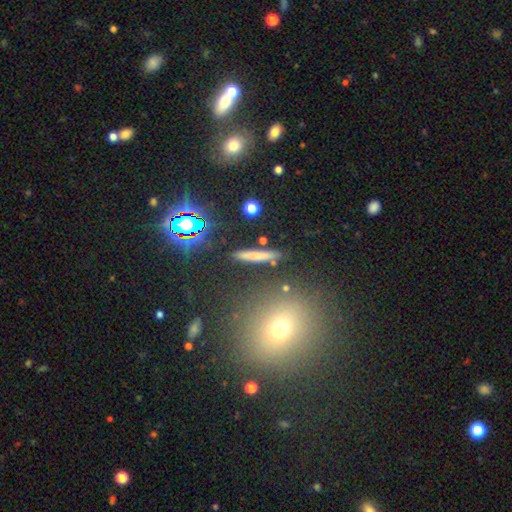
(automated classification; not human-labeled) smooth-or-featured: smooth: 64% | featured or disk: 22% | star or artifact: 13%
  how-rounded: cigar-shaped: 90% | in between: 7% | round: 4%
  merging: none: 86% | minor disturbance: 8% | merger: 3% | major disturbance: 2%